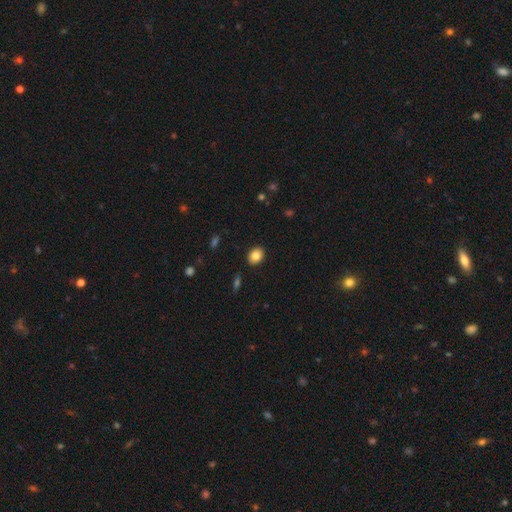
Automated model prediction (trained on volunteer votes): smooth_or_featured: smooth (p=0.83) [alt: star or artifact p=0.09]
how_rounded: in between (p=0.56) [alt: round p=0.43]
merging: none (p=0.89) [alt: minor disturbance p=0.08]